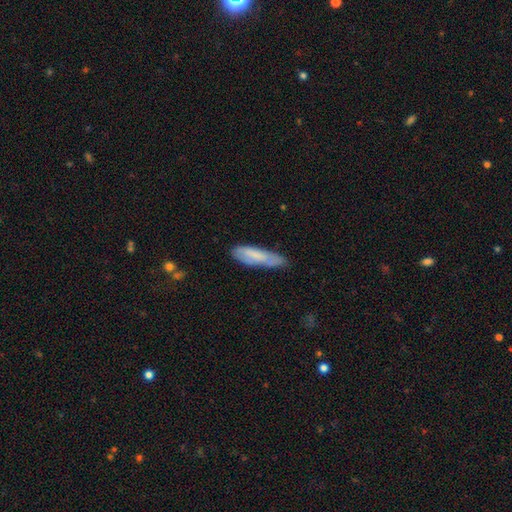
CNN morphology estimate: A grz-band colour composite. It shows a smooth galaxy with no disk features (70%) that is cigar-shaped (66%). Merging: none (57%).